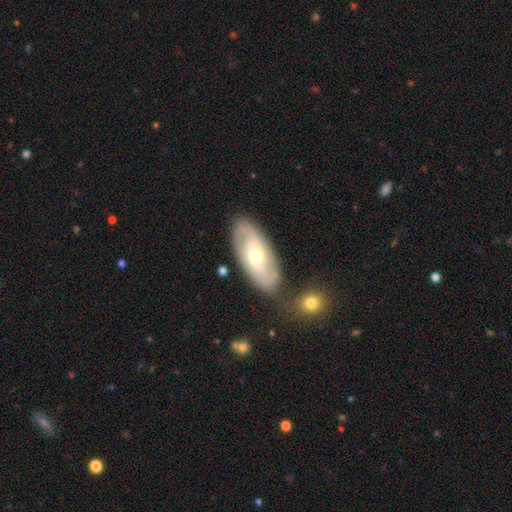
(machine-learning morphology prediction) Smooth or featured? Predicted: featured or disk (p=0.70). Edge-on disk? Predicted: no (p=0.91). Bar? Predicted: no (p=0.53). Spiral arms? Predicted: yes (p=0.83). Spiral winding? Predicted: medium (p=0.40). Spiral arm count? Predicted: 2 (p=0.72). Bulge size? Predicted: moderate (p=0.62). Merging? Predicted: none (p=0.78).